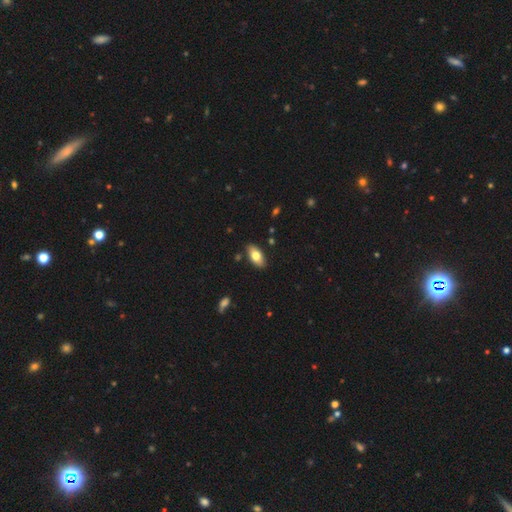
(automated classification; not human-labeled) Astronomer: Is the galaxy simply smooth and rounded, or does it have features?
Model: smooth — 75%.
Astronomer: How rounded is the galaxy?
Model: in between — 91%.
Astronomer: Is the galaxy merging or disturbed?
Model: none — 87%.